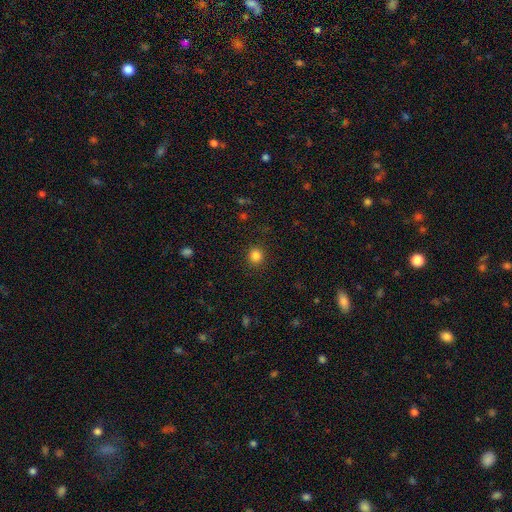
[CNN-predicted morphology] A smooth galaxy with no disk features (83%) that is round (90%). Merging: none (90%).